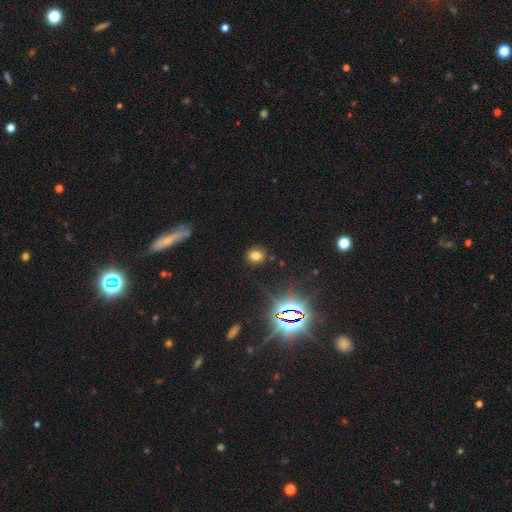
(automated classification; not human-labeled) smooth-or-featured: smooth: 70% | star or artifact: 22% | featured or disk: 7%
  how-rounded: round: 65% | in between: 34% | cigar-shaped: 1%
  merging: none: 87% | minor disturbance: 8% | major disturbance: 3% | merger: 2%